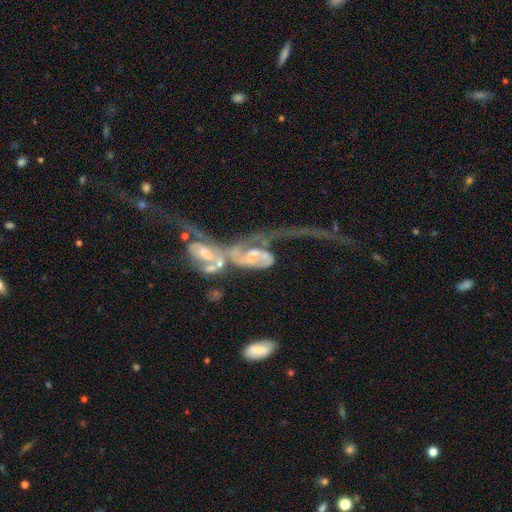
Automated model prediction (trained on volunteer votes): A featured or disk galaxy (76%) with no bar (61%), 2 (45%) loose (58%) spiral arms (74%) and a small central bulge (34%).

Vote fractions:
- Smooth or featured? featured or disk: 76% / smooth: 14% / star or artifact: 10%
- Edge-on disk? no: 93% / yes: 7%
- Bar? no: 61% / weak: 27% / strong: 12%
- Spiral arms? yes: 74% / no: 26%
- Spiral winding? loose: 58% / medium: 24% / tight: 18%
- Spiral arm count? 2: 45% / 1: 26% / can't tell: 22% / 3: 3% / more than 4: 2% / 4: 2%
- Bulge size? small: 34% / moderate: 28% / none: 28% / large: 7% / dominant: 2%
- Merging? merger: 67% / major disturbance: 22% / none: 6% / minor disturbance: 4%